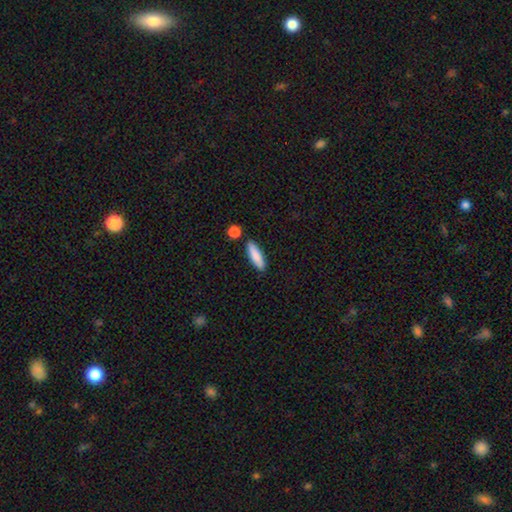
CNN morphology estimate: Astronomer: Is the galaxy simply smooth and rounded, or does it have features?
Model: smooth — 84%.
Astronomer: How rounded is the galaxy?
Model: cigar-shaped — 61% (runner-up: in between, 37%).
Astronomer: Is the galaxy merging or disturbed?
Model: none — 84%.